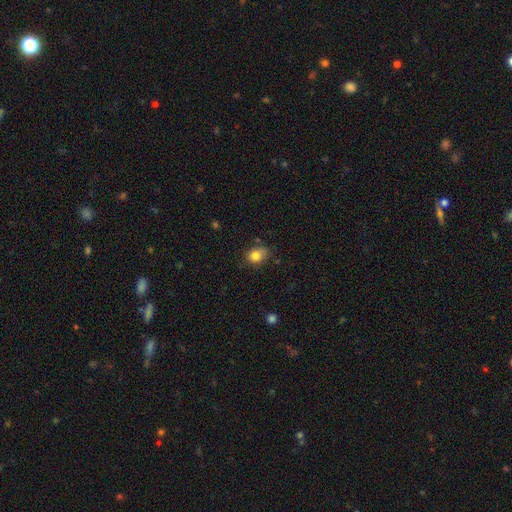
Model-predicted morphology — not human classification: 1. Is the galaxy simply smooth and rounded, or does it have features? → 82% smooth, 10% star or artifact, 8% featured or disk.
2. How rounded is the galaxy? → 52% round, 47% in between, 1% cigar-shaped.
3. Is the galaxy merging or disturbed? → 70% none, 22% minor disturbance, 5% major disturbance, 4% merger.